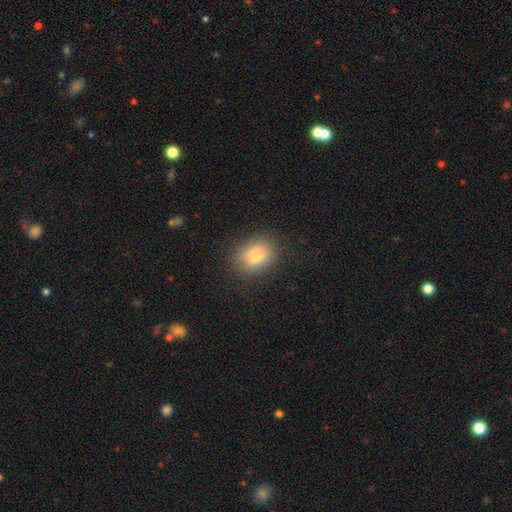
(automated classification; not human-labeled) A smooth galaxy with no disk features (77%) that is in between round and cigar-shaped (58%). Merging: none (81%).